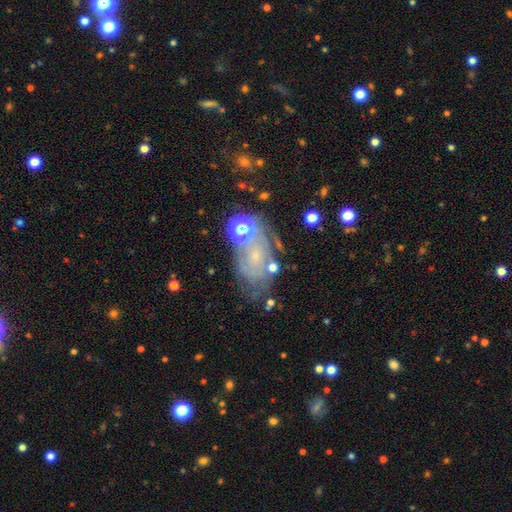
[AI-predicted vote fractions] Q: Smooth or featured?
A: featured or disk (72%); runner-up: smooth (15%)
Q: Edge-on disk?
A: no (96%); runner-up: yes (4%)
Q: Bar?
A: no (72%); runner-up: weak (23%)
Q: Spiral arms?
A: yes (87%); runner-up: no (13%)
Q: Spiral winding?
A: tight (61%); runner-up: medium (30%)
Q: Spiral arm count?
A: can't tell (44%); runner-up: 2 (27%)
Q: Bulge size?
A: small (72%); runner-up: moderate (17%)
Q: Merging?
A: none (55%); runner-up: minor disturbance (22%)